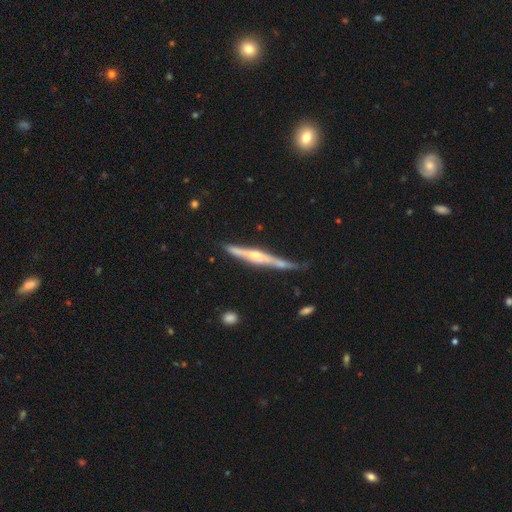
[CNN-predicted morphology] This appears to be a featured or disk galaxy (81%) viewed edge-on (97%) with a rounded central bulge (81%). Merging: none (75%).